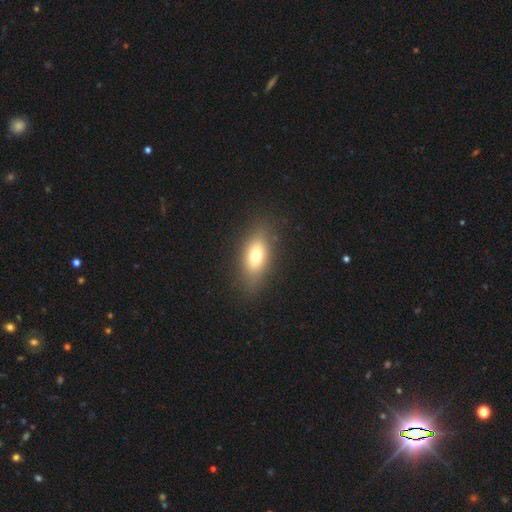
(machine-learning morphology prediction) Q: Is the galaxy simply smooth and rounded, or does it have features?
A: smooth — 73%.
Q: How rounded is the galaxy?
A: in between — 81%.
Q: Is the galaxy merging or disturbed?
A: none — 83%.